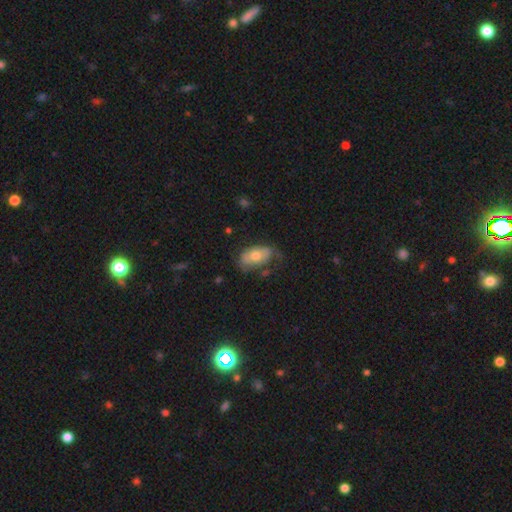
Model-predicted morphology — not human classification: The model was most divided on "merging": none: 48%, minor disturbance: 33%, major disturbance: 16%, merger: 3%. More confident: how rounded — in between (91%); smooth or featured — smooth (63%).